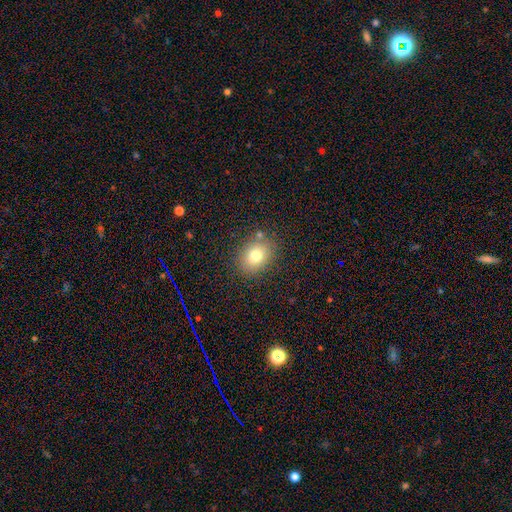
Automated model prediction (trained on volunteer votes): Morphology: type=smooth (77%); roundness=in between (53%); merging=none (83%).